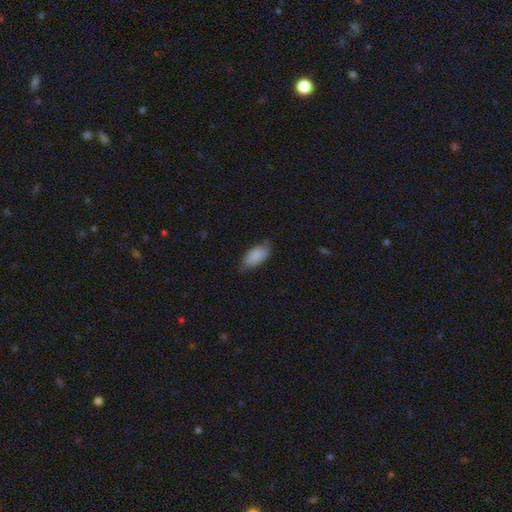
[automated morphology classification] This is clearly a smooth galaxy (86%). How rounded: clearly in between (91%). Merging: likely none (69%).